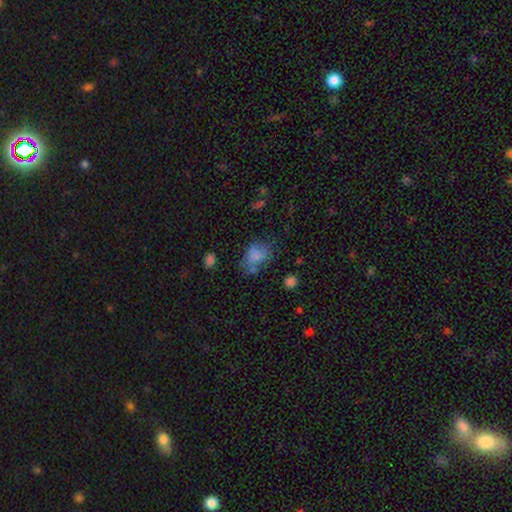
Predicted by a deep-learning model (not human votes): Morphology: type=smooth (70%); roundness=in between (67%); merging=none (41%).